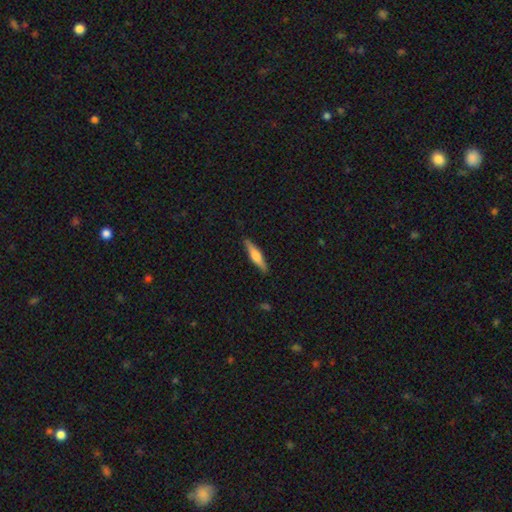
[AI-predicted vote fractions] Smooth or featured: smooth — 48% (featured or disk — 46%)
Merging: none — 88% (minor disturbance — 9%)